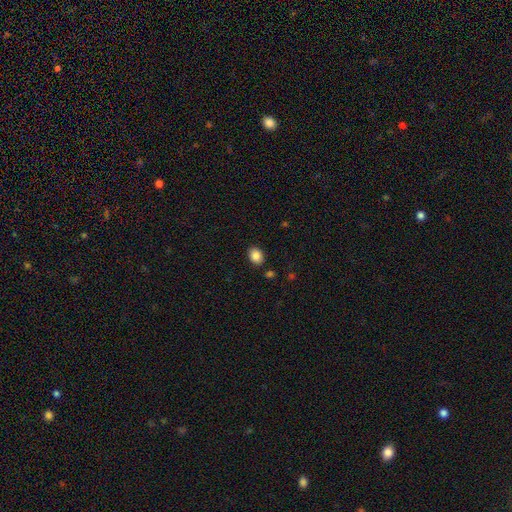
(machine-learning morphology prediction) type=smooth (87%); roundness=in between (67%); merging=none (86%).